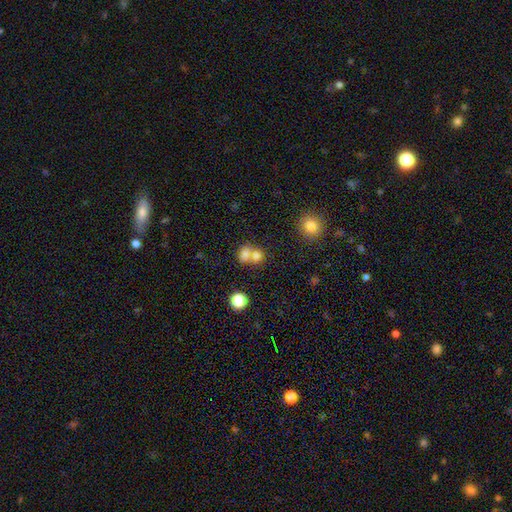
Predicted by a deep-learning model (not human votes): Smooth or featured: smooth — 75% (star or artifact — 13%)
How rounded: round — 65% (in between — 34%)
Merging: merger — 59% (none — 32%)